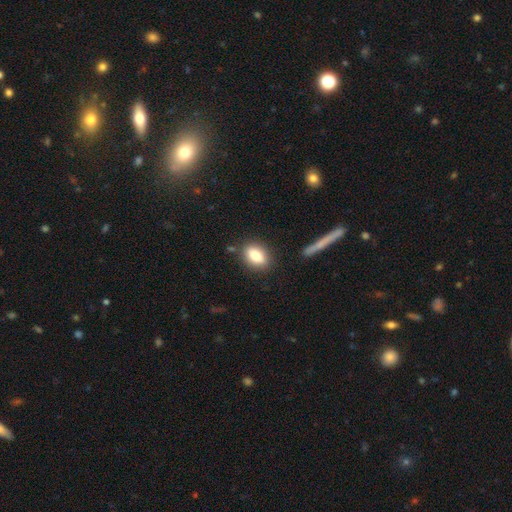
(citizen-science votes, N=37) Overall: smooth (86%). How rounded: in between (72%). Merging: none (75%).